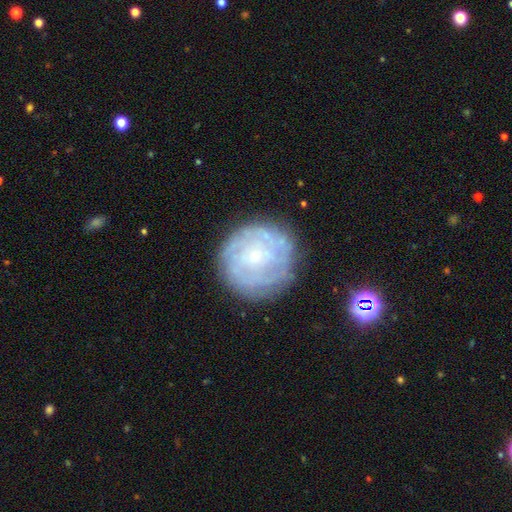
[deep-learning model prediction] Smooth or featured? Predicted: featured or disk (p=0.65). Edge-on disk? Predicted: no (p=0.97). Bar? Predicted: no (p=0.78). Spiral arms? Predicted: yes (p=0.68). Bulge size? Predicted: small (p=0.77). Merging? Predicted: none (p=0.79).